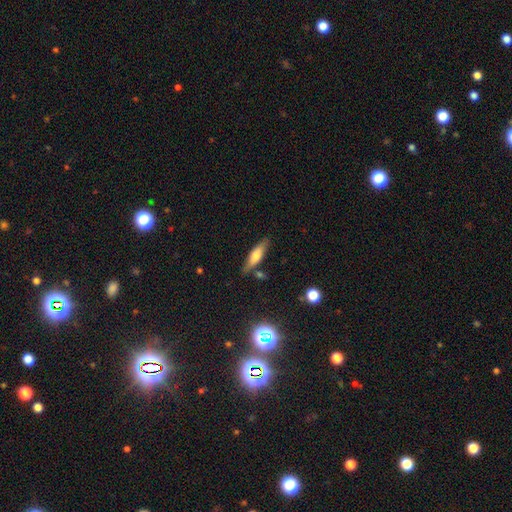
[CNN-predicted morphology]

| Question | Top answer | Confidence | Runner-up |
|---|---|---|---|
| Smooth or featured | smooth | 58% | featured or disk (34%) |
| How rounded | cigar-shaped | 64% | in between (34%) |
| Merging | none | 77% | minor disturbance (14%) |